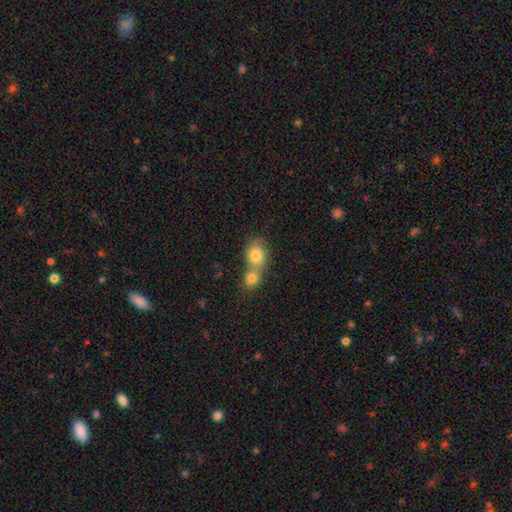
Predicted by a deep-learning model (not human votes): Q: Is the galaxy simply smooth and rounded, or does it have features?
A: smooth — 78%.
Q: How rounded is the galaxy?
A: round — 59%.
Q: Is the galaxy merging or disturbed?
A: merger — 66%.